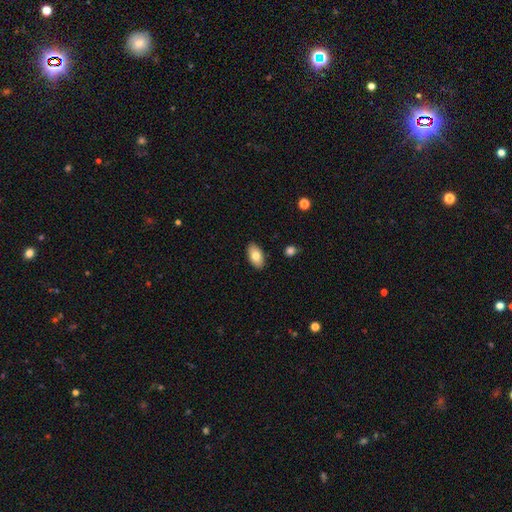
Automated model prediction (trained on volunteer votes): smooth-or-featured: smooth: 77% | featured or disk: 16% | star or artifact: 7%
  how-rounded: in between: 94% | round: 4% | cigar-shaped: 2%
  merging: none: 88% | minor disturbance: 9% | major disturbance: 2% | merger: 1%